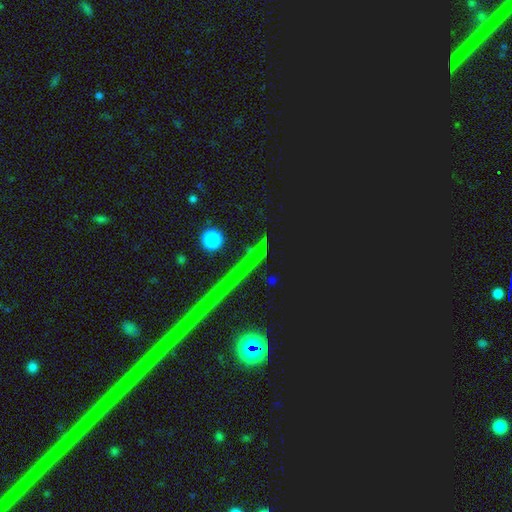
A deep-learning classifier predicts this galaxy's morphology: smooth_or_featured: star or artifact (p=0.84) [alt: smooth p=0.08]